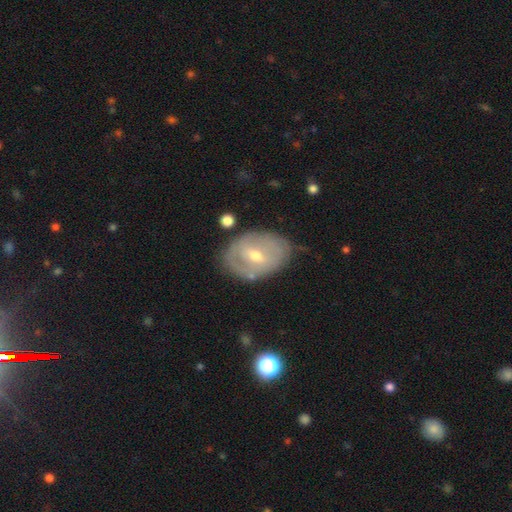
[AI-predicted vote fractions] Smooth or featured? Predicted: featured or disk (p=0.66). Edge-on disk? Predicted: no (p=0.93). Bar? Predicted: weak (p=0.48). Spiral arms? Predicted: yes (p=0.53). Bulge size? Predicted: moderate (p=0.53). Merging? Predicted: none (p=0.68).